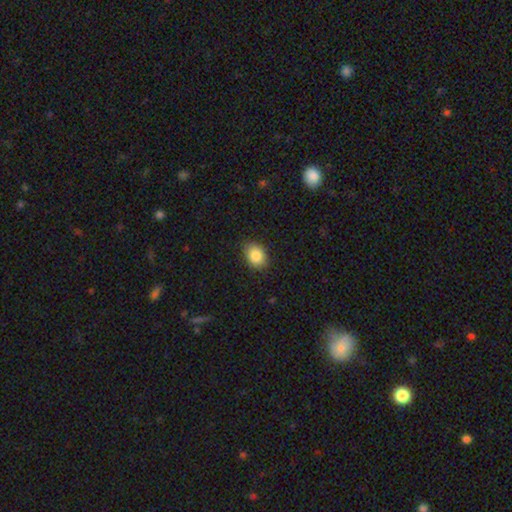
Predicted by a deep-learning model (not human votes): A smooth galaxy with no disk features (87%) that is in between round and cigar-shaped (73%). Merging: none (85%).